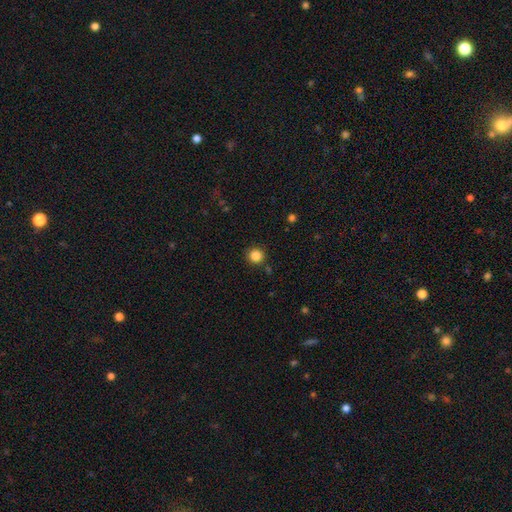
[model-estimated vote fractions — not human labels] Smooth or featured: smooth — 85% (star or artifact — 11%)
How rounded: round — 94% (in between — 5%)
Merging: none — 89% (minor disturbance — 6%)